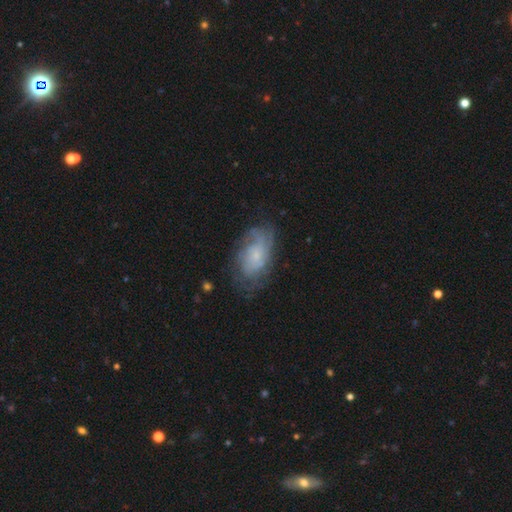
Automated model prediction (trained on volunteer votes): A featured or disk galaxy (60%) with no bar (77%), spiral arms (82%) and a small central bulge (66%). Merging: none (65%).